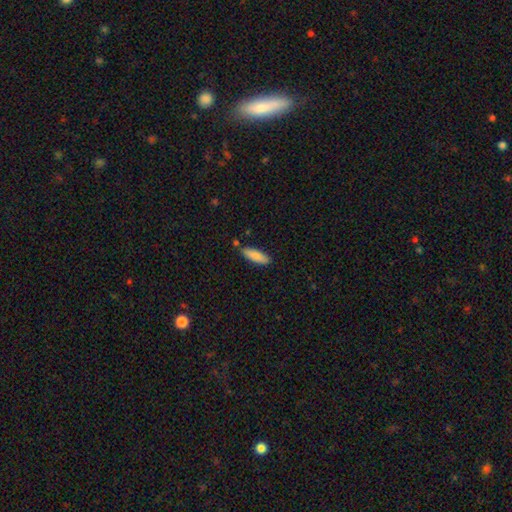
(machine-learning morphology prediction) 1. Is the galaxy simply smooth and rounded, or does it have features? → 84% smooth, 10% featured or disk, 6% star or artifact.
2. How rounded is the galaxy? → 49% in between (tied), 49% cigar-shaped (tied), 2% round.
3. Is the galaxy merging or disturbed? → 81% none, 12% minor disturbance, 4% merger, 2% major disturbance.